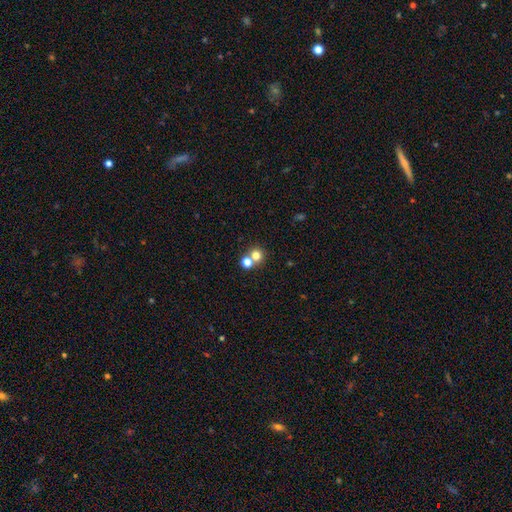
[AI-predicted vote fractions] smooth_or_featured: smooth (p=0.74) [alt: star or artifact p=0.16]
how_rounded: round (p=0.87) [alt: in between p=0.12]
merging: none (p=0.52) [alt: merger p=0.39]